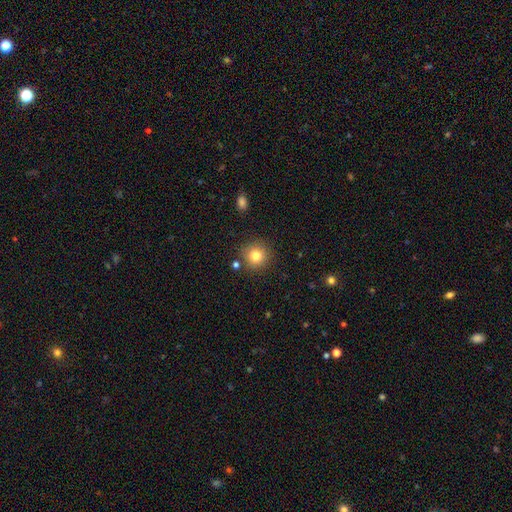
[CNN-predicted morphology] Smooth or featured? smooth (80%)
How rounded? round (93%)
Merging? none (86%)